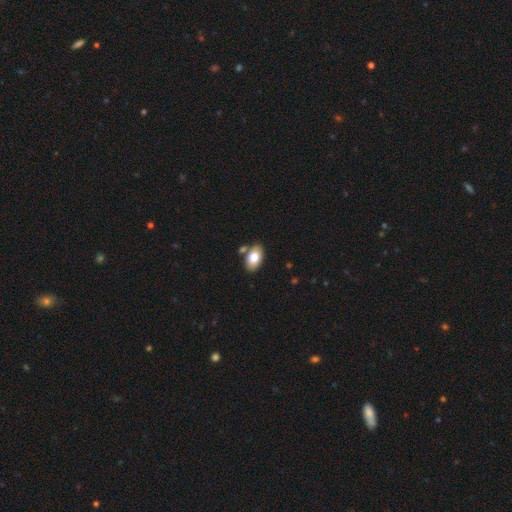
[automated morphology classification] Smooth or featured?
  - smooth: 76% *
  - featured or disk: 16%
  - star or artifact: 7%
How rounded?
  - in between: 91% *
  - round: 7%
  - cigar-shaped: 1%
Merging?
  - none: 76% *
  - minor disturbance: 11%
  - merger: 10%
  - major disturbance: 3%